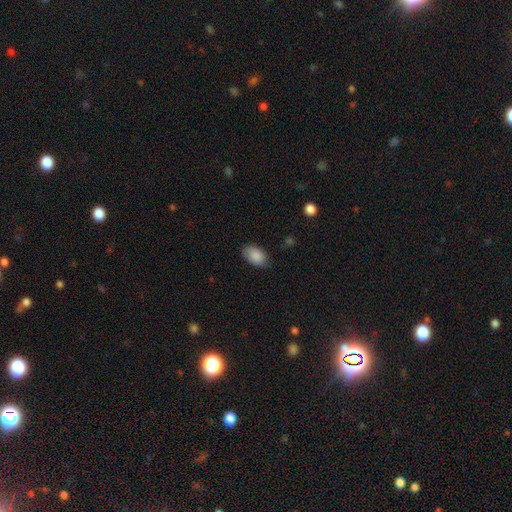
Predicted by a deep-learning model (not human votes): Overall: smooth (88%). How rounded: in between (91%). Merging: none (79%).